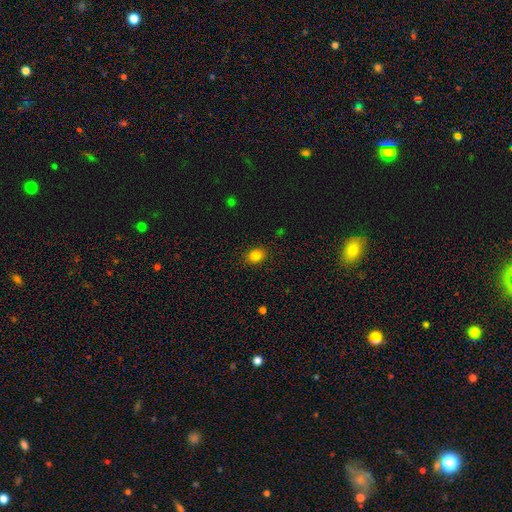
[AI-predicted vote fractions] Smooth or featured? smooth (82%)
How rounded? in between (50%)
Merging? none (88%)